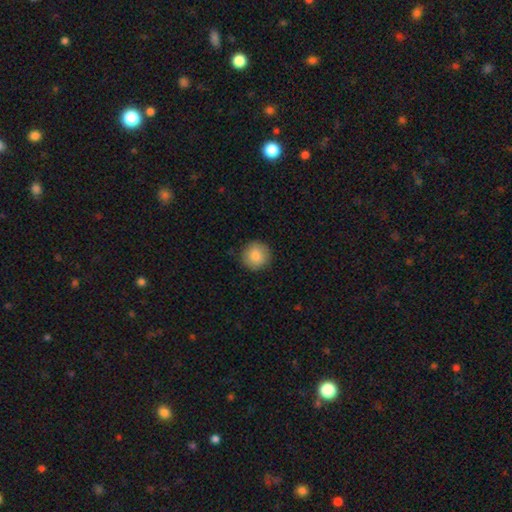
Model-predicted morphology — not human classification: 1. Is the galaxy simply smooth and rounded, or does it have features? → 87% smooth, 7% star or artifact, 6% featured or disk.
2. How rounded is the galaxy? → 94% round, 5% in between, 1% cigar-shaped.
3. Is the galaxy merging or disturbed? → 89% none, 8% minor disturbance, 2% major disturbance, 1% merger.